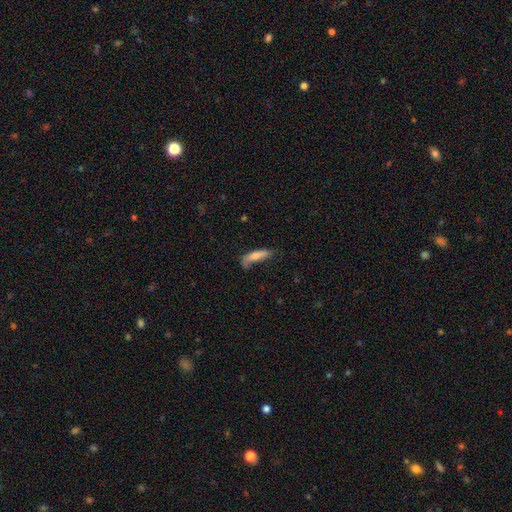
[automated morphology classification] Overall: smooth (70%). How rounded: cigar-shaped (68%; in between 30%). Merging: none (46%; minor disturbance 32%).